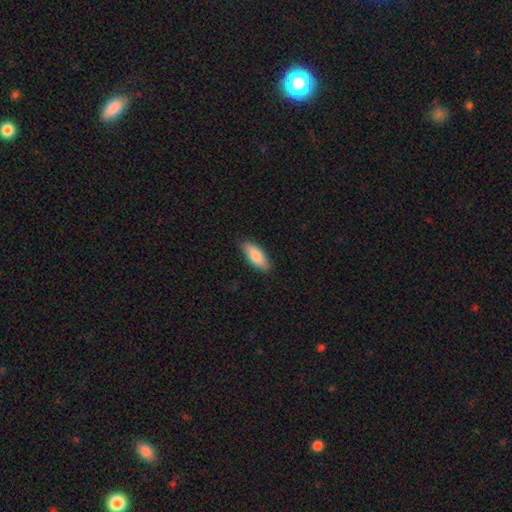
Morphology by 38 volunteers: This appears to be a smooth galaxy with no disk features (68%) that is in between round and cigar-shaped (73%). Merging: none (81%).